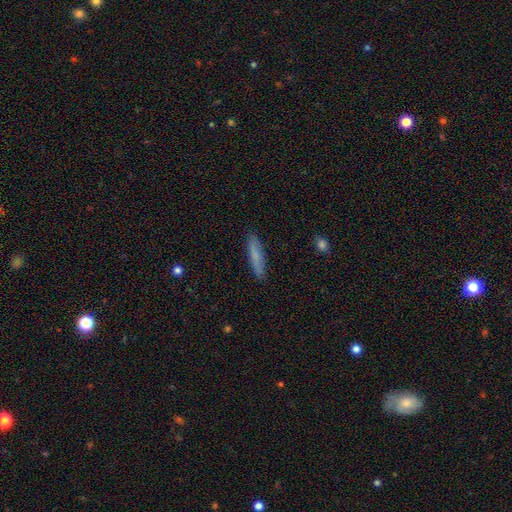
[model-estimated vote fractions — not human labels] Overall: smooth (76%). How rounded: cigar-shaped (89%). Merging: none (89%).